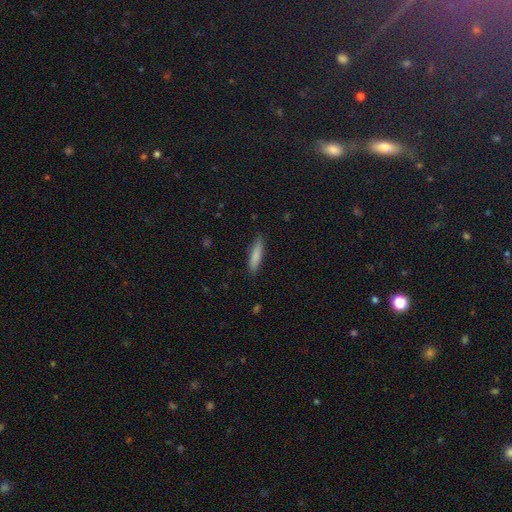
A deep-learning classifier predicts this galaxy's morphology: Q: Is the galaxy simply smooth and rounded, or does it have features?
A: smooth — 82%.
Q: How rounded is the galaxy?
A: cigar-shaped — 79%.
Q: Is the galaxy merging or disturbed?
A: none — 87%.